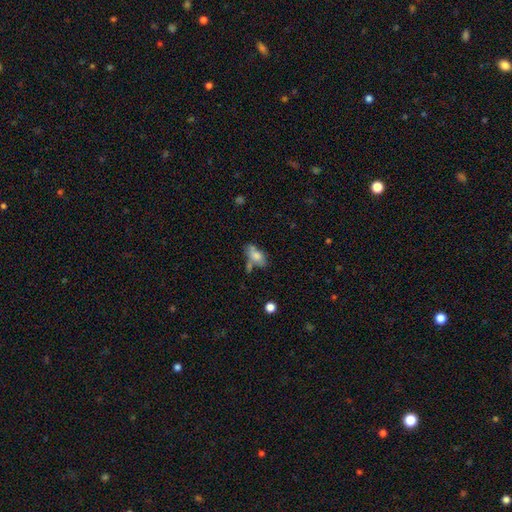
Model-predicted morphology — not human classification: Smooth or featured? Predicted: smooth (p=0.70). How rounded? Predicted: in between (p=0.85). Merging? Predicted: none (p=0.43).